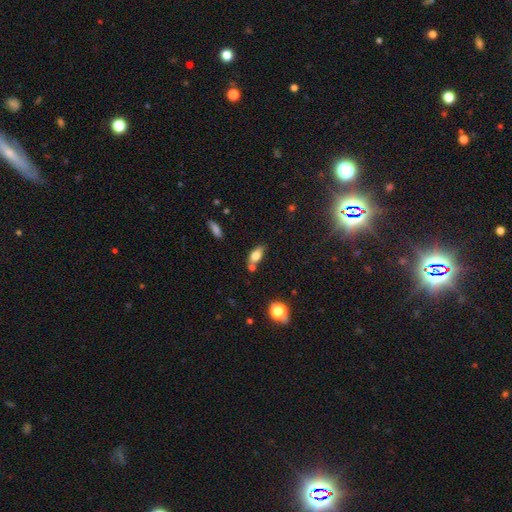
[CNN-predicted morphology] Overall: smooth (73%). How rounded: in between (83%). Merging: none (61%).